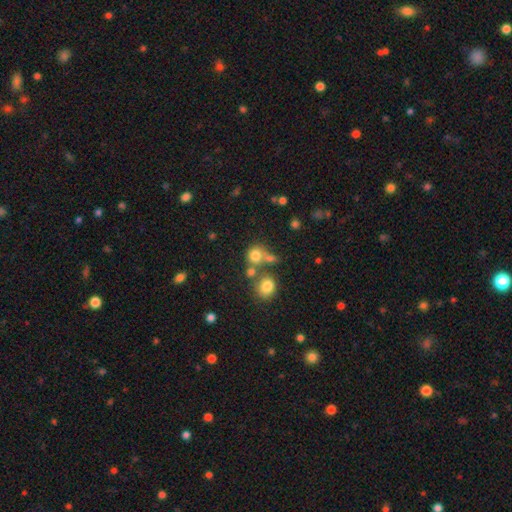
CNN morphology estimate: Overall: smooth (76%). How rounded: round (82%). Merging: none (53%; merger 31%).